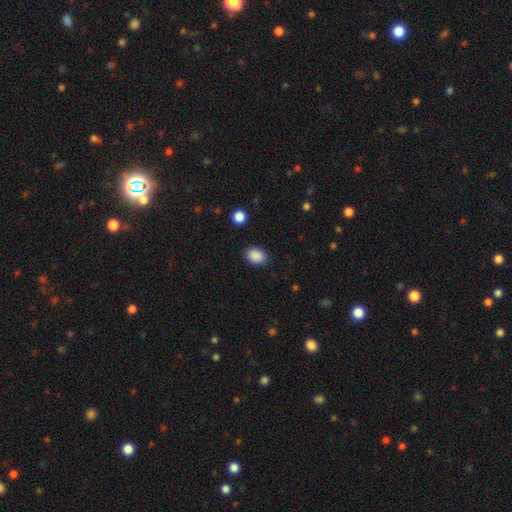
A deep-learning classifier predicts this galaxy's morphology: type=smooth (89%); roundness=in between (68%); merging=none (88%).